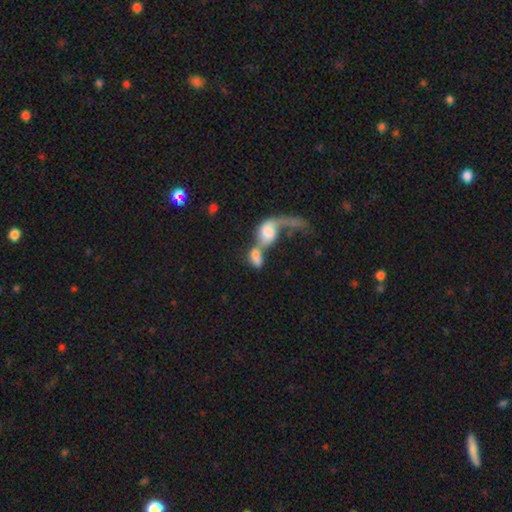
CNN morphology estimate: This appears to be a smooth galaxy with no disk features (55%) that is in between round and cigar-shaped (75%). Merging: merger (74%).